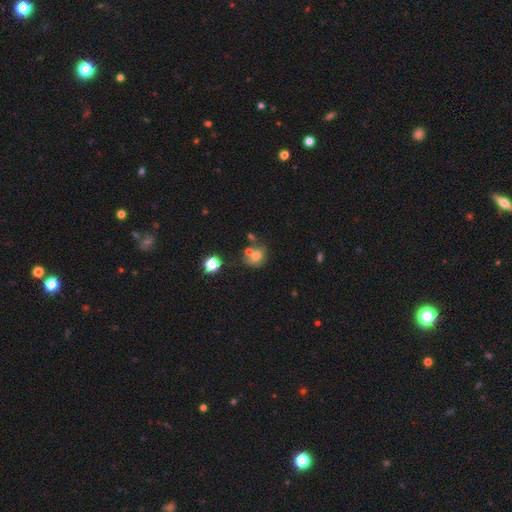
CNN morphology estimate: Smooth or featured? Predicted: smooth (p=0.70). How rounded? Predicted: round (p=0.57). Merging? Predicted: none (p=0.46).